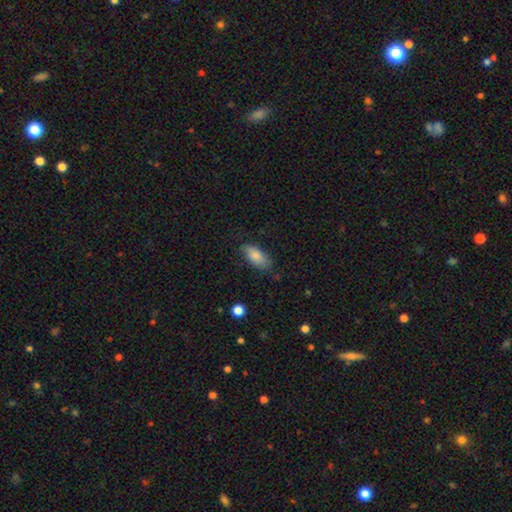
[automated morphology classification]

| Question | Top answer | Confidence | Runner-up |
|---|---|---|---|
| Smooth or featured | smooth | 83% | featured or disk (11%) |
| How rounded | in between | 88% | cigar-shaped (9%) |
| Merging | none | 73% | minor disturbance (20%) |